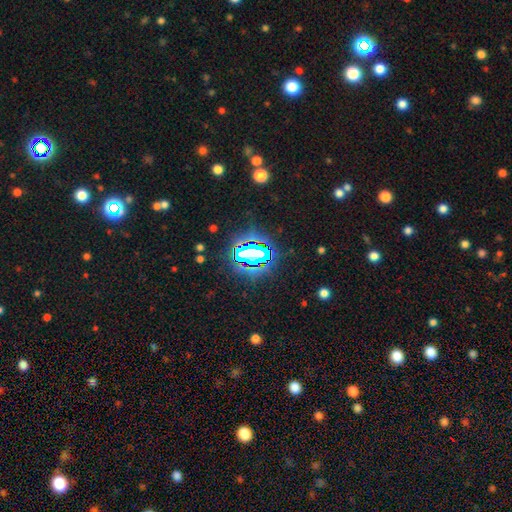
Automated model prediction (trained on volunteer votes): Overall: star or artifact (72%).